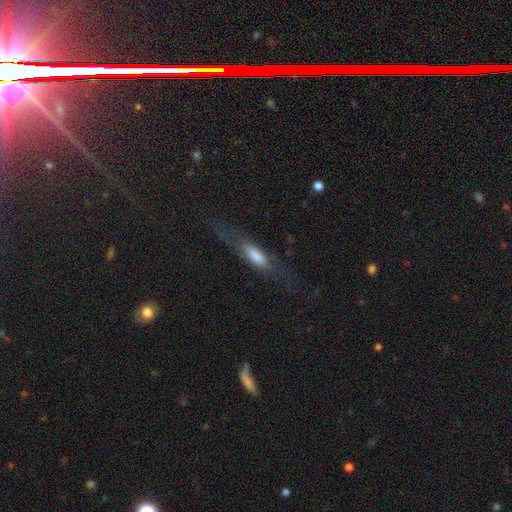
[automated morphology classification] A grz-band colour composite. It shows a smooth galaxy with no disk features (49%). Merging: none (60%).